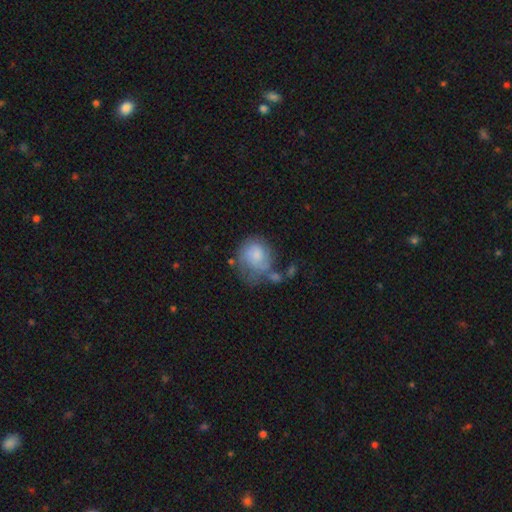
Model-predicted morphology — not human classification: A smooth galaxy with no disk features (64%) that is round (67%).

Vote fractions:
- Smooth or featured? smooth: 64% / featured or disk: 28% / star or artifact: 8%
- How rounded? round: 67% / in between: 32% / cigar-shaped: 1%
- Merging? none: 30% / minor disturbance: 27% / major disturbance: 26% / merger: 17%